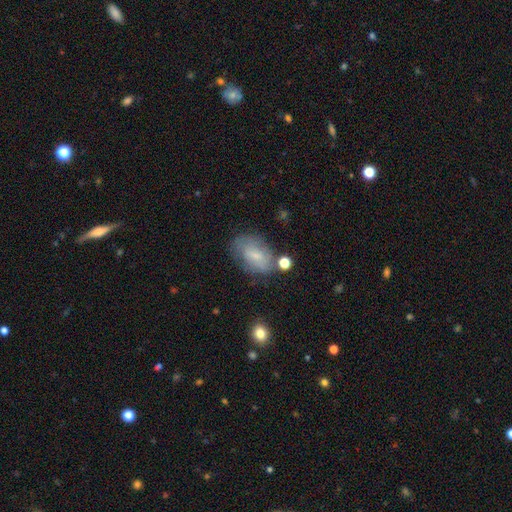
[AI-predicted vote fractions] smooth 62%, featured or disk 29%, star or artifact 9%. Down the decision tree: how rounded — in between (89%); merging — none (59%).